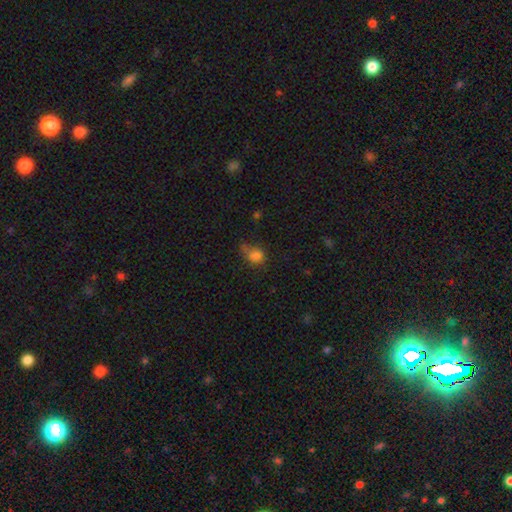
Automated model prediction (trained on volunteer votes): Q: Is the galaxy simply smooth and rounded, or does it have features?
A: smooth — 75%.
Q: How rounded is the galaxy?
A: round — 51%.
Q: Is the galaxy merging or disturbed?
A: none — 34%.